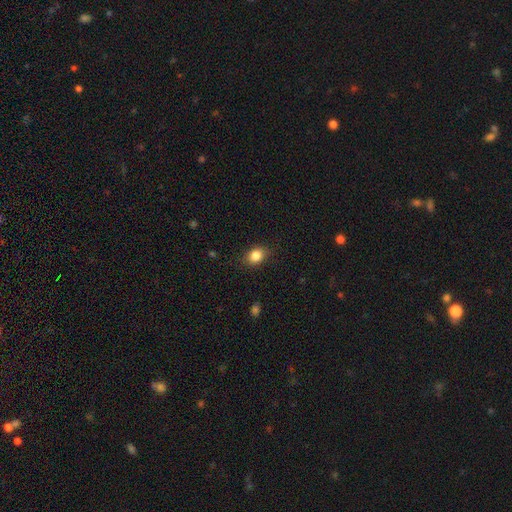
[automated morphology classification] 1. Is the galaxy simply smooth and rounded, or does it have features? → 84% smooth, 10% star or artifact, 6% featured or disk.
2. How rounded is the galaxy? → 56% in between, 42% round, 1% cigar-shaped.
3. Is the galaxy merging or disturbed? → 84% none, 12% minor disturbance, 3% major disturbance, 1% merger.